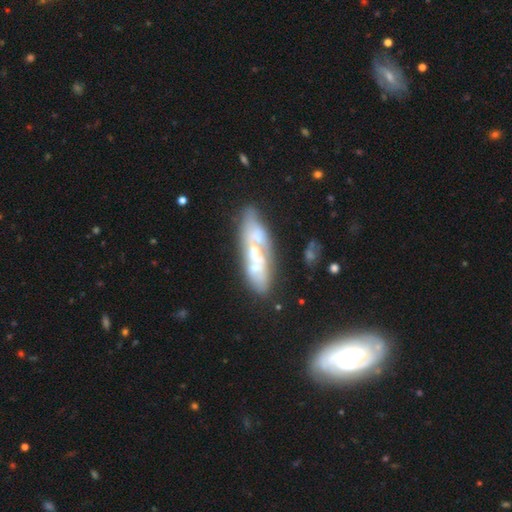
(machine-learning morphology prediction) Overall: featured or disk (61%; smooth 30%). Edge-on disk: no (71%). Merging: none (50%; merger 23%).